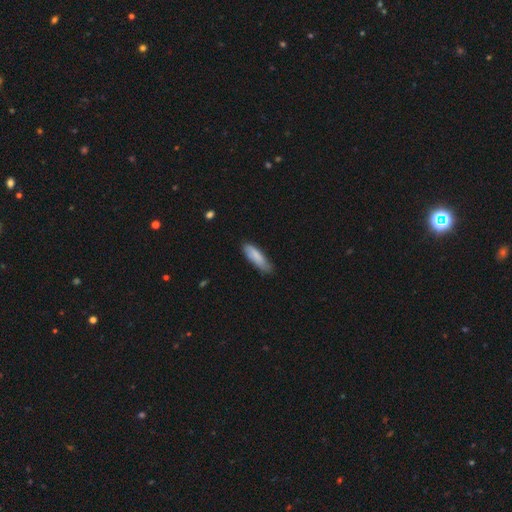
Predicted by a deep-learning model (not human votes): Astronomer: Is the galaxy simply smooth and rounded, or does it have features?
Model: smooth — 81%.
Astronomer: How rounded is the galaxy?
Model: cigar-shaped — 56% (runner-up: in between, 43%).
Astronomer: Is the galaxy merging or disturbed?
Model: none — 71%.